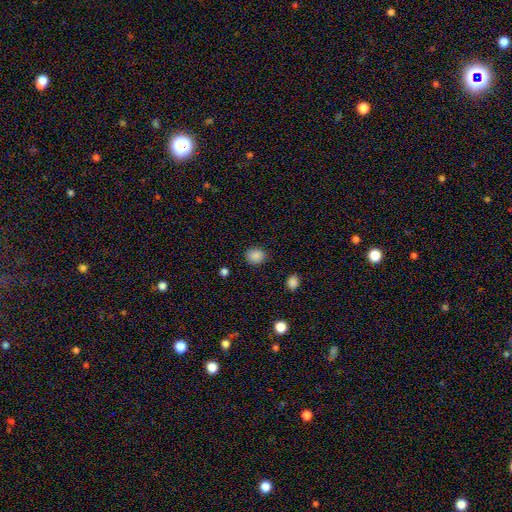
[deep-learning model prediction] A smooth galaxy with no disk features (87%) that is round (71%). Merging: none (88%).